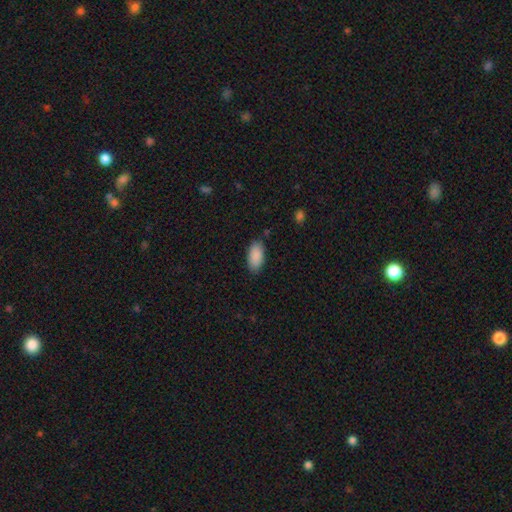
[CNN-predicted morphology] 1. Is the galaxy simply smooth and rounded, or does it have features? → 90% smooth, 6% star or artifact, 4% featured or disk.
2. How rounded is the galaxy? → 94% in between, 4% cigar-shaped, 2% round.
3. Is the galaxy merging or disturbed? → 83% none, 13% minor disturbance, 3% major disturbance, 1% merger.